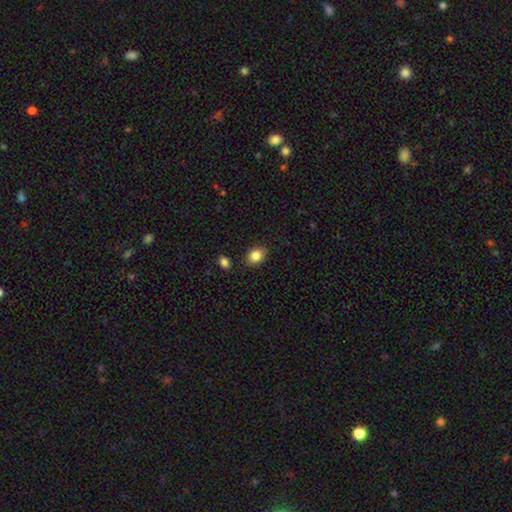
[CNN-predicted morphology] Smooth or featured: smooth — 86% (star or artifact — 9%)
How rounded: in between — 58% (round — 41%)
Merging: none — 84% (minor disturbance — 10%)